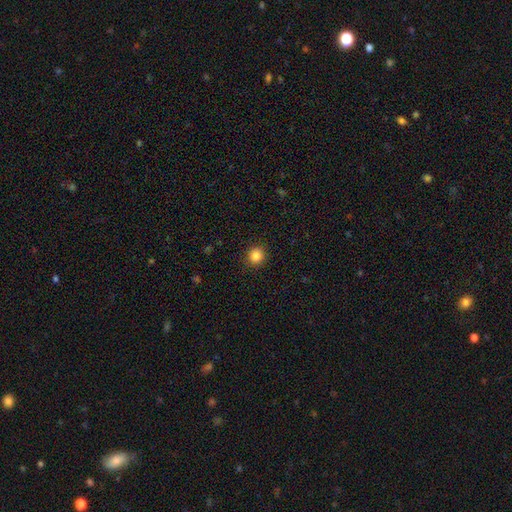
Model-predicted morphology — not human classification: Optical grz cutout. It shows a smooth galaxy with no disk features (86%) that is round (88%). Merging: none (90%).